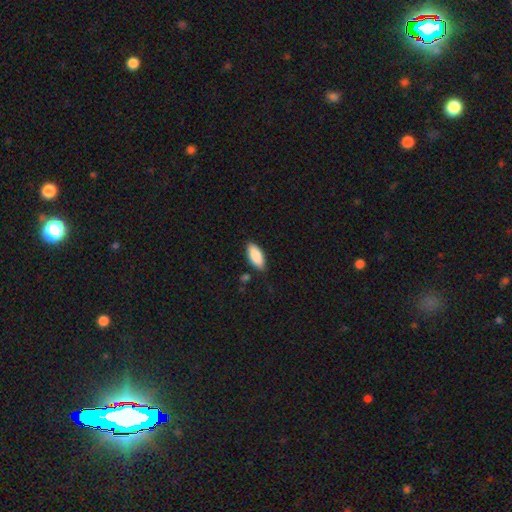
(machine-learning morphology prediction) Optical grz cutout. It shows a smooth galaxy with no disk features (87%) that is in between round and cigar-shaped (84%). Merging: none (83%).